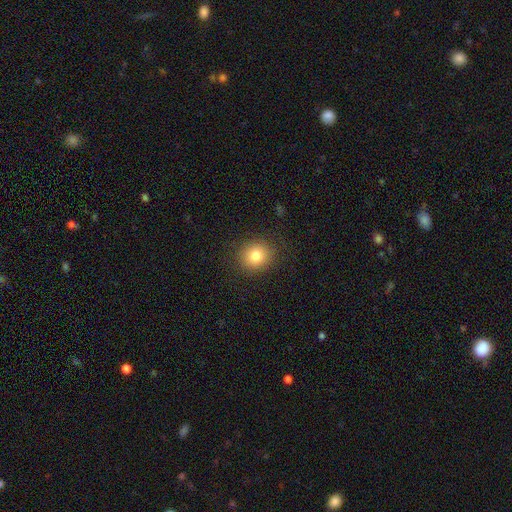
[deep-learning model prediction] The model was most divided on "how rounded": round: 81%, in between: 18%, cigar-shaped: 1%. More confident: merging — none (88%); smooth or featured — smooth (81%).